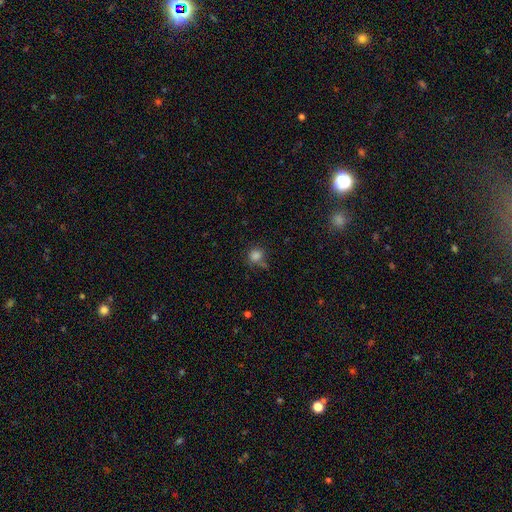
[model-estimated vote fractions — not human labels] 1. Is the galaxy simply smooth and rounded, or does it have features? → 82% smooth, 13% star or artifact, 5% featured or disk.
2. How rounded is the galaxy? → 74% round, 25% in between, 1% cigar-shaped.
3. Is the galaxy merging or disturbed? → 63% none, 20% minor disturbance, 10% merger, 7% major disturbance.